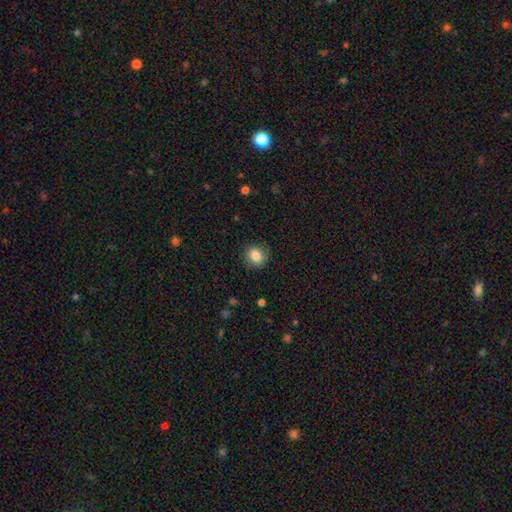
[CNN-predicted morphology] smooth 85%, star or artifact 9%, featured or disk 5%. Down the decision tree: how rounded — round (70%); merging — none (85%).